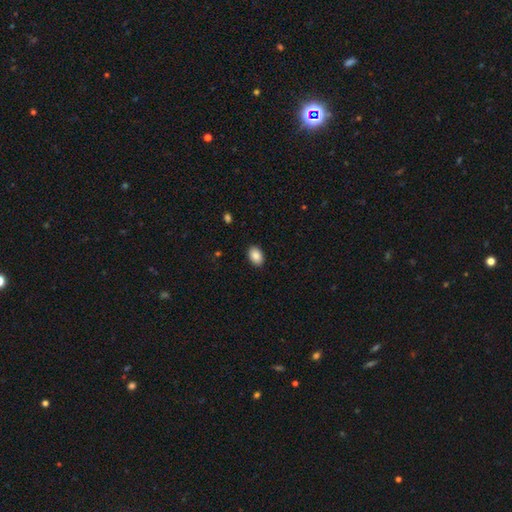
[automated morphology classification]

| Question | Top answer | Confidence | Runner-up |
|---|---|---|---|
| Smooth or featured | smooth | 88% | star or artifact (7%) |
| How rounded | in between | 88% | round (11%) |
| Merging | none | 90% | minor disturbance (7%) |